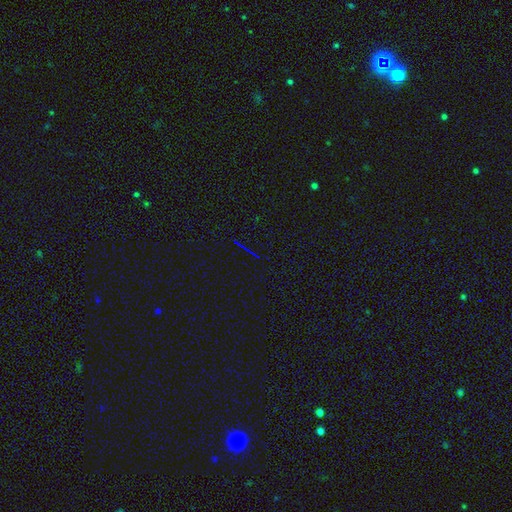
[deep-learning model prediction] This appears to be a star or artifact, not a galaxy (78%).